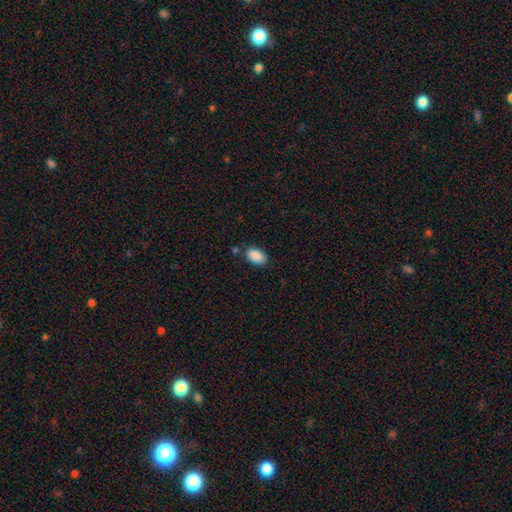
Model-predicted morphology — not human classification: Smooth or featured: smooth — 90% (star or artifact — 7%)
How rounded: in between — 93% (round — 6%)
Merging: none — 79% (minor disturbance — 13%)